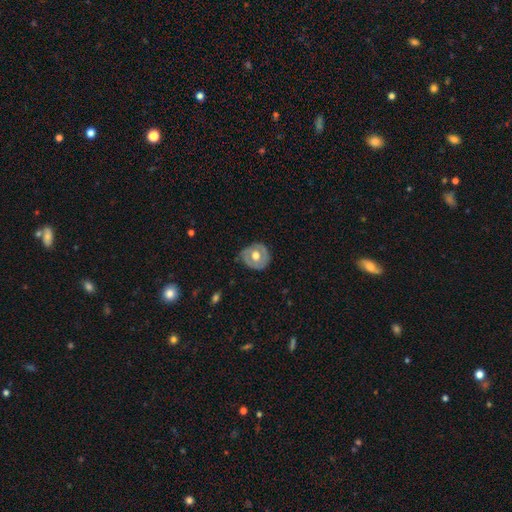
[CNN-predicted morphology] A featured or disk galaxy (54%) with no bar (81%), no spiral arms (69%) and a moderate central bulge (63%).

Vote fractions:
- Smooth or featured? featured or disk: 54% / smooth: 40% / star or artifact: 6%
- Edge-on disk? no: 95% / yes: 5%
- Bar? no: 81% / weak: 16% / strong: 3%
- Spiral arms? no: 69% / yes: 31%
- Bulge size? moderate: 63% / large: 31% / small: 4% / dominant: 1% / none: 1%
- Merging? none: 73% / minor disturbance: 20% / major disturbance: 5% / merger: 1%